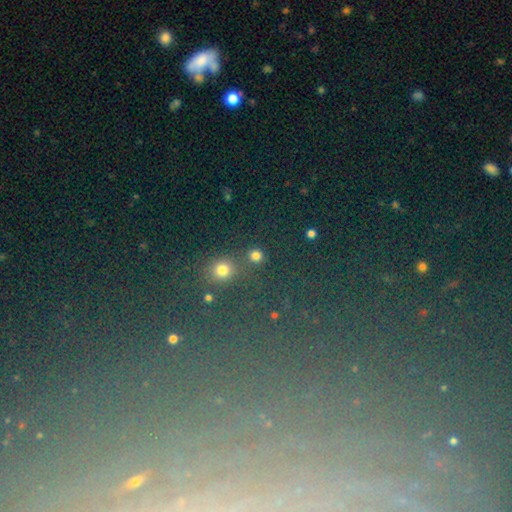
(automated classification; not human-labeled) smooth-or-featured: smooth: 79% | star or artifact: 17% | featured or disk: 5%
  how-rounded: round: 90% | in between: 8% | cigar-shaped: 1%
  merging: none: 80% | merger: 10% | minor disturbance: 7% | major disturbance: 3%